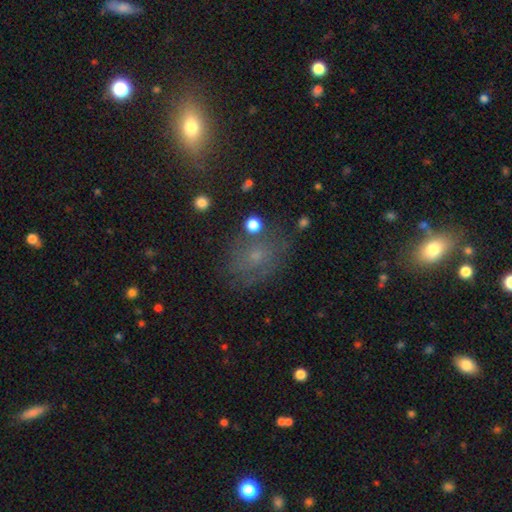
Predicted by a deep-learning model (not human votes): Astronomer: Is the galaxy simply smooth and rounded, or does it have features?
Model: smooth — 46% (runner-up: star or artifact, 29%).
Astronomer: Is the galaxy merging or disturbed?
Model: none — 68%.